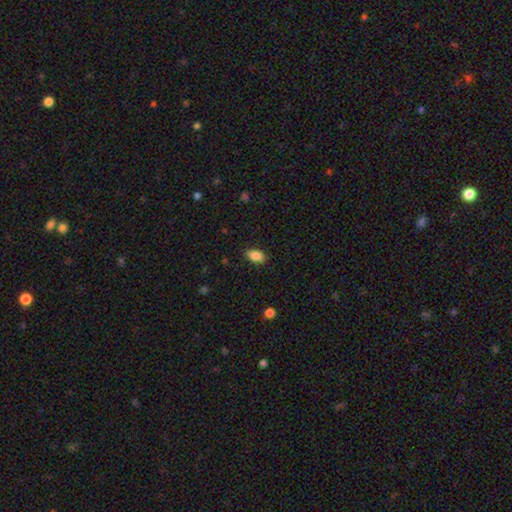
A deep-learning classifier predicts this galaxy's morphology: Smooth or featured: smooth — 87% (star or artifact — 8%)
How rounded: in between — 91% (round — 6%)
Merging: none — 86% (minor disturbance — 10%)